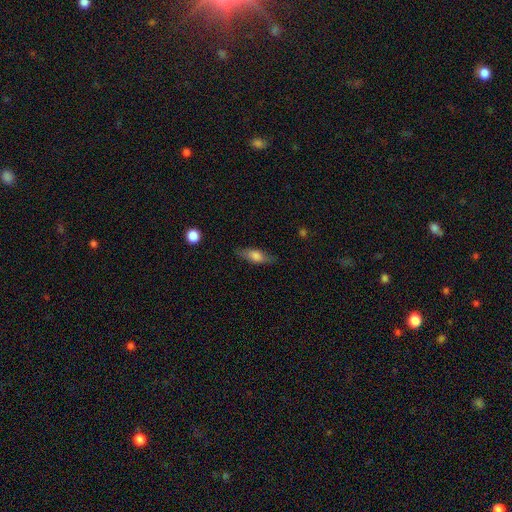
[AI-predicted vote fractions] A smooth galaxy with no disk features (65%) that is in between round and cigar-shaped (62%). Merging: none (79%).